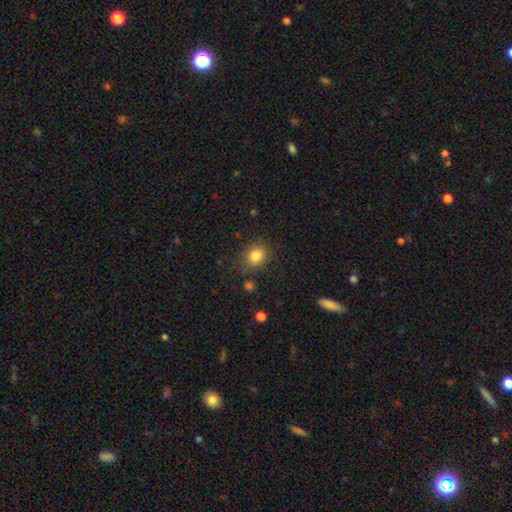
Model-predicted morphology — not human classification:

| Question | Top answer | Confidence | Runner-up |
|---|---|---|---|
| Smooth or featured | smooth | 83% | star or artifact (11%) |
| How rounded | round | 61% | in between (38%) |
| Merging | none | 80% | minor disturbance (14%) |